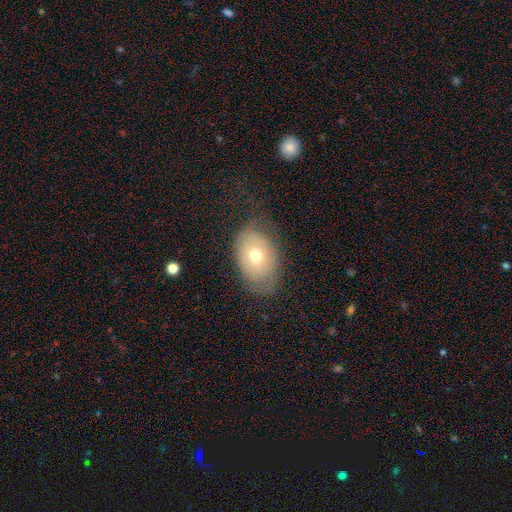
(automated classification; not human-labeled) This appears to be a smooth galaxy with no disk features (60%) that is in between round and cigar-shaped (83%). Merging: none (57%).